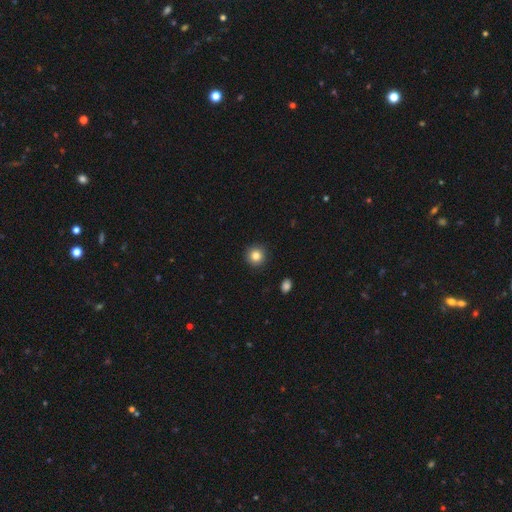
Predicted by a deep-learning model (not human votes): Smooth or featured?
  - smooth: 84% *
  - star or artifact: 11%
  - featured or disk: 6%
How rounded?
  - round: 94% *
  - in between: 5%
  - cigar-shaped: 1%
Merging?
  - none: 92% *
  - minor disturbance: 5%
  - major disturbance: 2%
  - merger: 1%